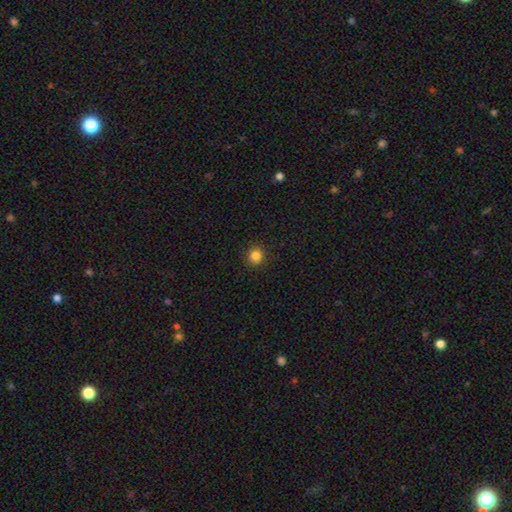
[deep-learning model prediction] smooth 84%, star or artifact 12%, featured or disk 4%. Down the decision tree: how rounded — round (91%); merging — none (92%).